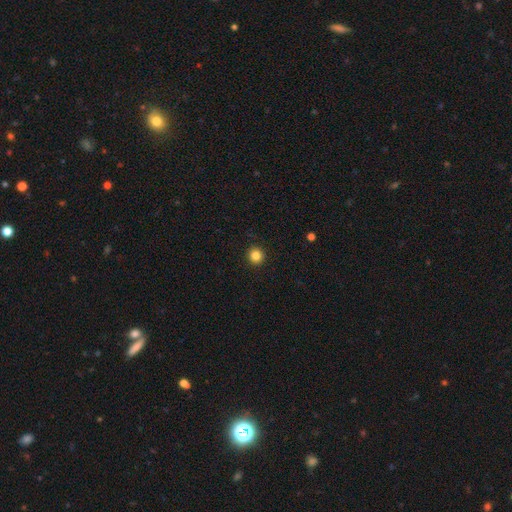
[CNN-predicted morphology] This appears to be a smooth galaxy with no disk features (84%) that is round (95%). Merging: none (93%).